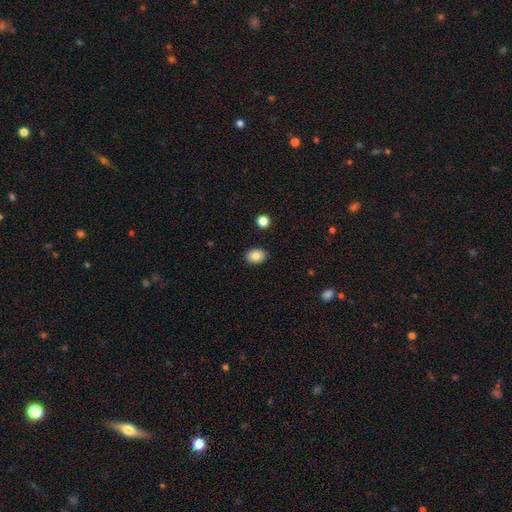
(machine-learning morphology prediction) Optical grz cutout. It shows a smooth galaxy with no disk features (86%) that is in between round and cigar-shaped (67%). Merging: none (89%).